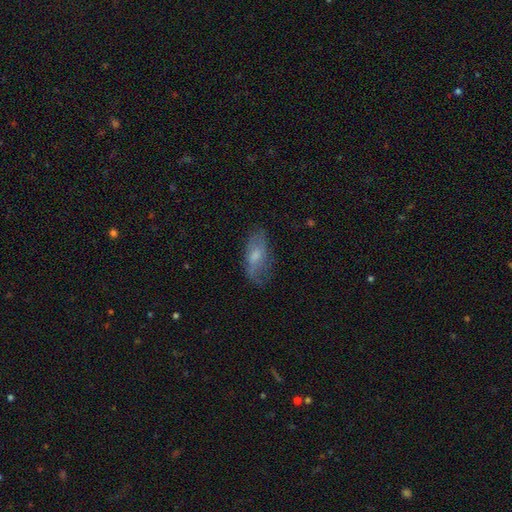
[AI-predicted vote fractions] This appears to be a smooth galaxy with no disk features (55%) that is in between round and cigar-shaped (86%). Merging: none (61%).